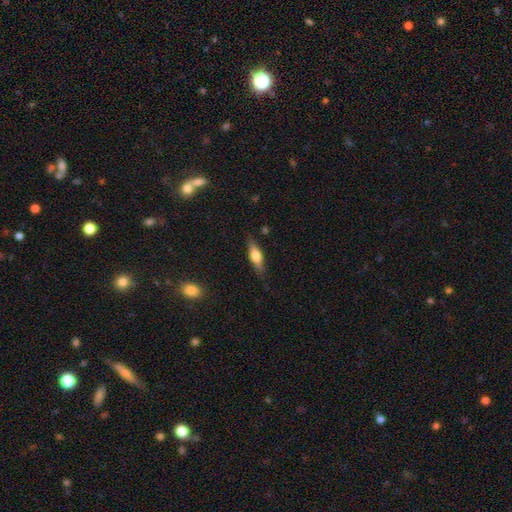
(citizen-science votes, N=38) smooth-or-featured: smooth: 45% (tied) | featured or disk: 45% (tied) | star or artifact: 11%
  how-rounded: in between: 59% | cigar-shaped: 41% | round: 0%
  merging: none: 82% | minor disturbance: 15% | major disturbance: 3% | merger: 0%